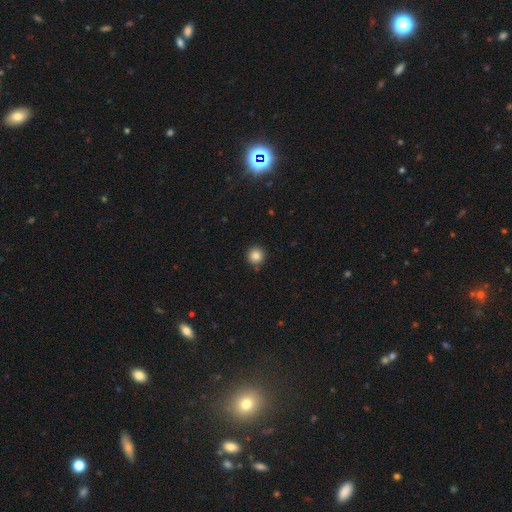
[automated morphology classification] A smooth galaxy with no disk features (84%) that is round (94%).

Vote fractions:
- Smooth or featured? smooth: 84% / star or artifact: 11% / featured or disk: 5%
- How rounded? round: 94% / in between: 5% / cigar-shaped: 1%
- Merging? none: 87% / minor disturbance: 9% / major disturbance: 2% / merger: 2%